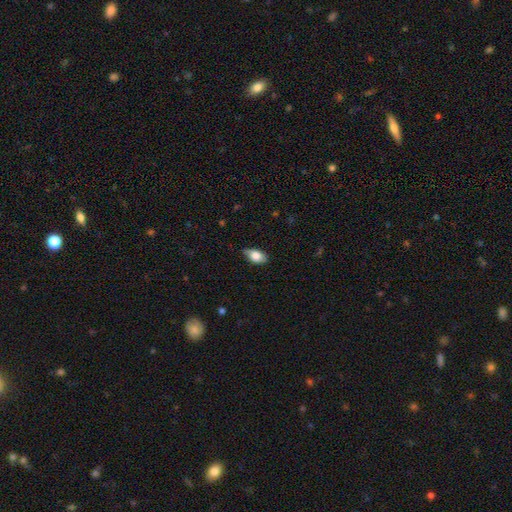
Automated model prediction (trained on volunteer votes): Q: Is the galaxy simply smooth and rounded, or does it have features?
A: smooth — 80%.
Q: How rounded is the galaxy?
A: in between — 90%.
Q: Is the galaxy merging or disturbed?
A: none — 72%.